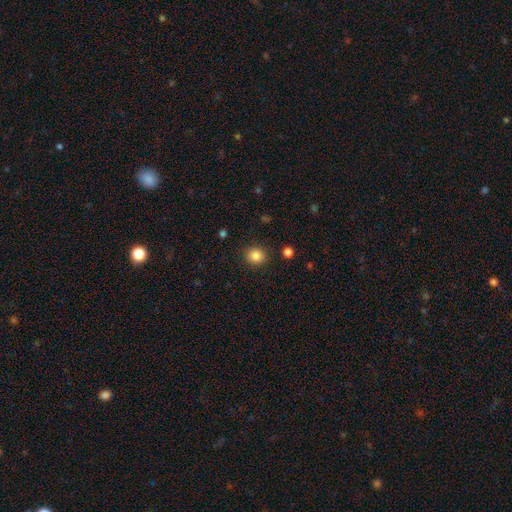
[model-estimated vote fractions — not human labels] Overall: smooth (85%). How rounded: round (81%). Merging: none (88%).